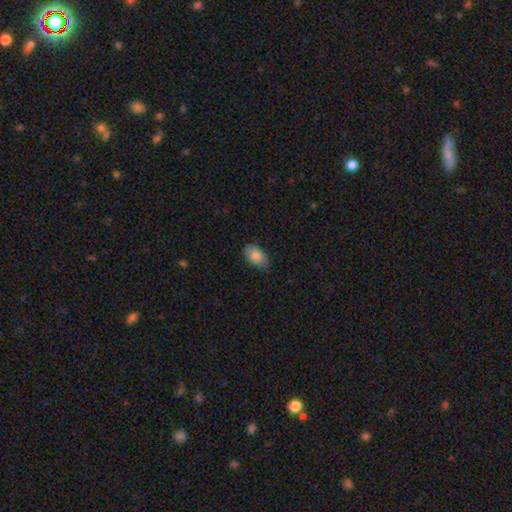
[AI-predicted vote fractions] smooth_or_featured: smooth (p=0.84) [alt: featured or disk p=0.09]
how_rounded: in between (p=0.92) [alt: round p=0.07]
merging: none (p=0.76) [alt: minor disturbance p=0.20]